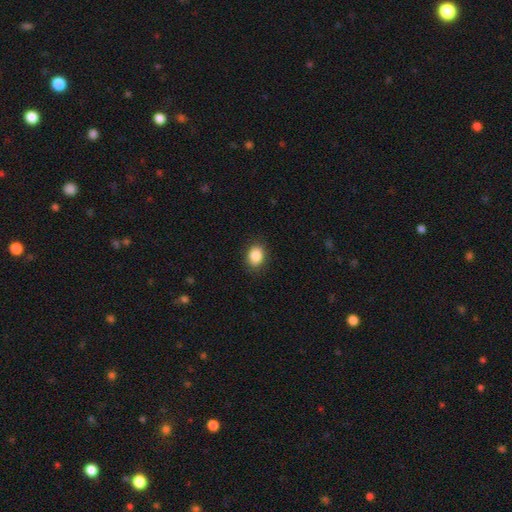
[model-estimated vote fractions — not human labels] This appears to be a smooth galaxy with no disk features (87%) that is in between round and cigar-shaped (59%). Merging: none (88%).